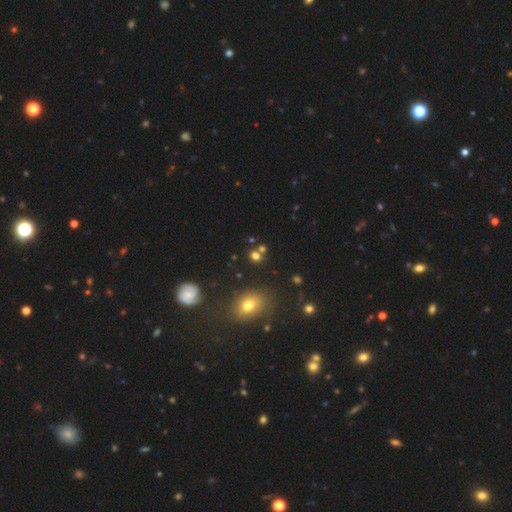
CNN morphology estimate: The model was most divided on "smooth or featured": smooth: 66%, star or artifact: 22%, featured or disk: 12%. More confident: how rounded — round (76%); merging — none (66%).